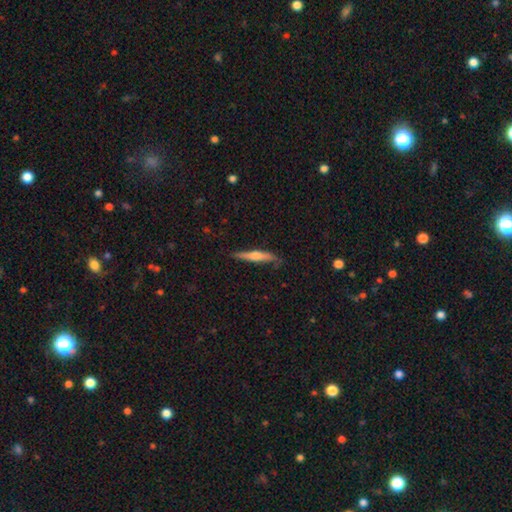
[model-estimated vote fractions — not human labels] Overall: featured or disk (53%; smooth 41%). Edge-on disk: yes (95%). Edge-on bulge: rounded (74%). Merging: none (81%).